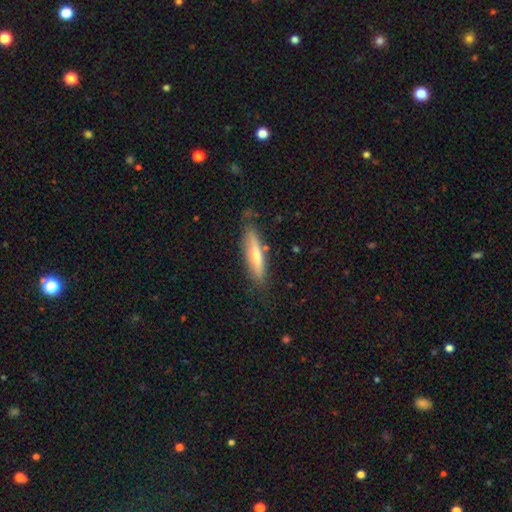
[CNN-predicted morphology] Smooth or featured?
  - smooth: 54% *
  - featured or disk: 40%
  - star or artifact: 6%
How rounded?
  - cigar-shaped: 79% *
  - in between: 20%
  - round: 2%
Merging?
  - none: 79% *
  - minor disturbance: 16%
  - major disturbance: 3%
  - merger: 2%